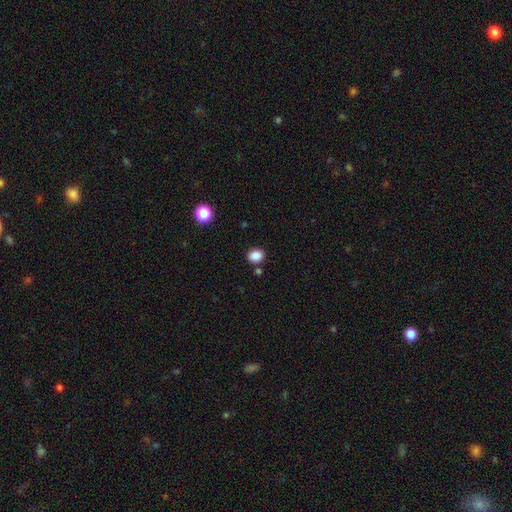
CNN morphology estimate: smooth_or_featured: smooth (p=0.86) [alt: star or artifact p=0.10]
how_rounded: round (p=0.62) [alt: in between p=0.37]
merging: none (p=0.83) [alt: minor disturbance p=0.09]